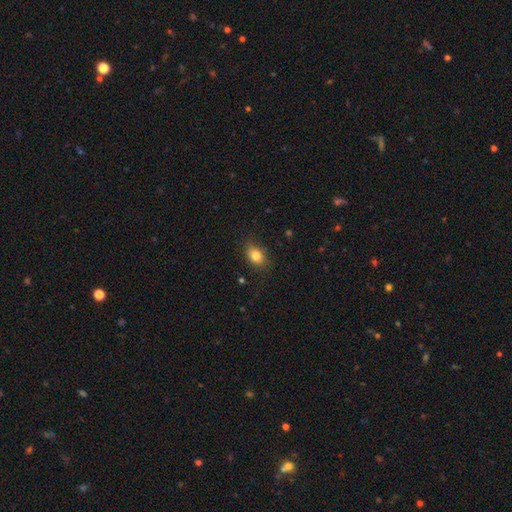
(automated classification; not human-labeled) This appears to be a smooth galaxy with no disk features (83%) that is in between round and cigar-shaped (76%). Merging: none (82%).